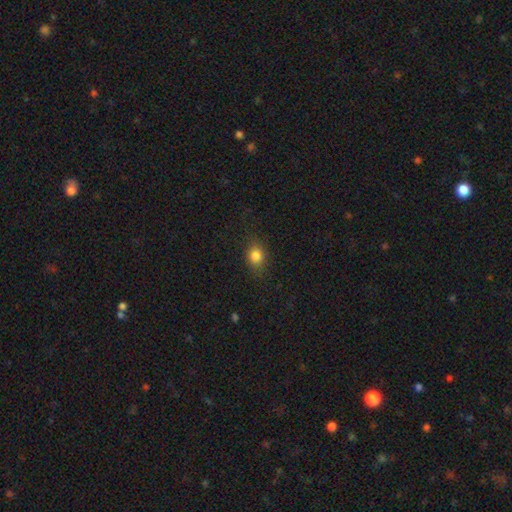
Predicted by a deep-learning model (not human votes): Q: Smooth or featured?
A: smooth (81%); runner-up: star or artifact (12%)
Q: How rounded?
A: round (52%); runner-up: in between (46%)
Q: Merging?
A: none (81%); runner-up: minor disturbance (13%)